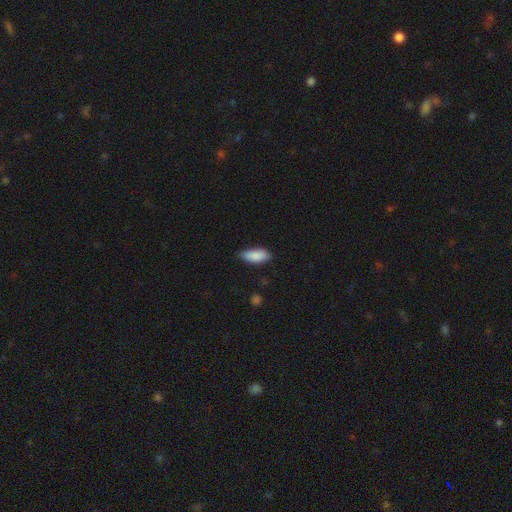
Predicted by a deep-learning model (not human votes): smooth_or_featured: smooth (p=0.87) [alt: star or artifact p=0.06]
how_rounded: in between (p=0.83) [alt: cigar-shaped p=0.15]
merging: none (p=0.71) [alt: minor disturbance p=0.24]